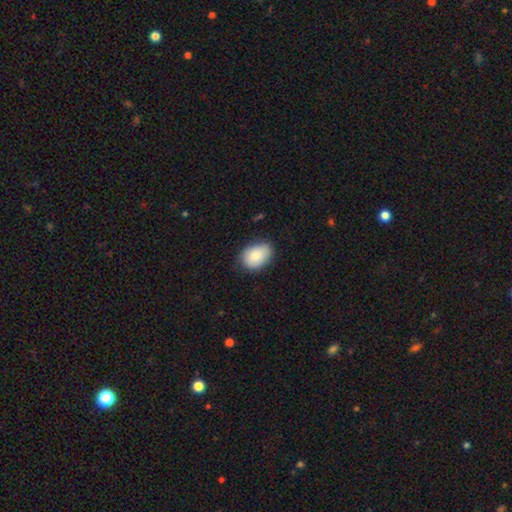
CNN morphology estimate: smooth_or_featured: smooth (p=0.85) [alt: featured or disk p=0.08]
how_rounded: in between (p=0.80) [alt: round p=0.19]
merging: none (p=0.76) [alt: minor disturbance p=0.20]